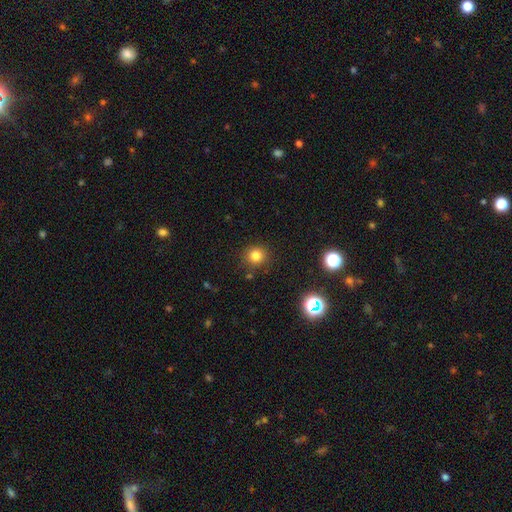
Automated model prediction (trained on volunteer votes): Smooth or featured: smooth — 79% (star or artifact — 15%)
How rounded: round — 90% (in between — 9%)
Merging: none — 86% (minor disturbance — 8%)